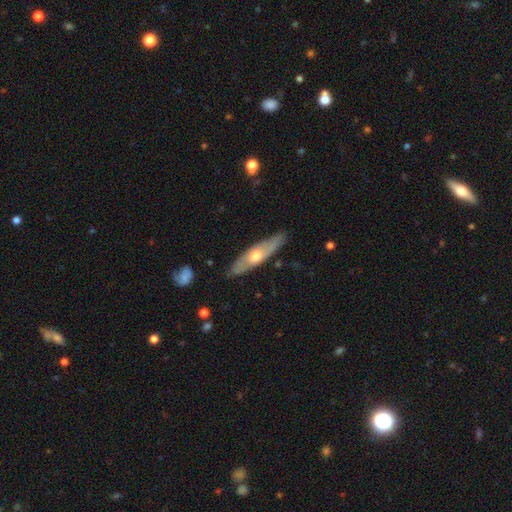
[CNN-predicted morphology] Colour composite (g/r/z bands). It shows a featured or disk galaxy (58%) viewed edge-on (65%). Merging: none (85%).